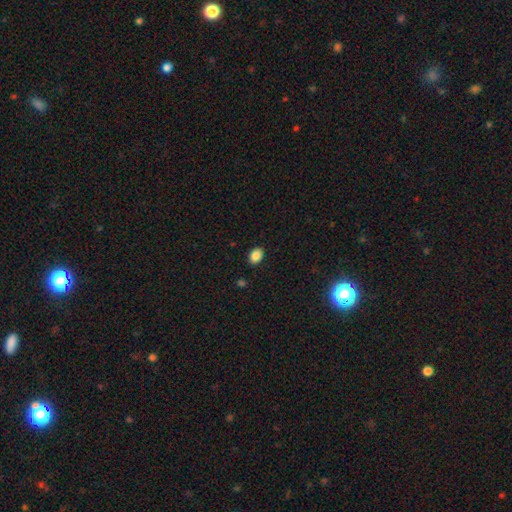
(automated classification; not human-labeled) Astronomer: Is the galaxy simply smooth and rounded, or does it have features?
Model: smooth — 87%.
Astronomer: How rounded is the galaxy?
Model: in between — 73%.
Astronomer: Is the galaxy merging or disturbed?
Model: none — 89%.